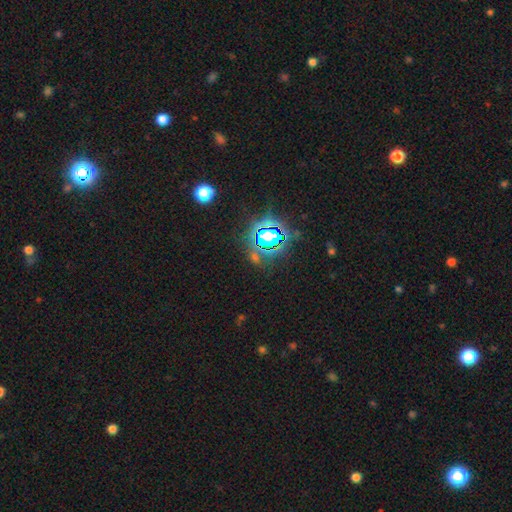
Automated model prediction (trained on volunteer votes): The model was most divided on "smooth or featured": star or artifact: 76%, smooth: 16%, featured or disk: 8%.